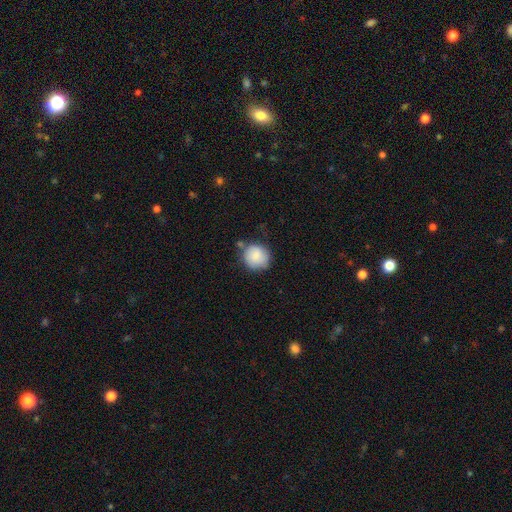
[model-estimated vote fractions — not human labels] smooth_or_featured: smooth (p=0.85) [alt: featured or disk p=0.08]
how_rounded: round (p=0.90) [alt: in between p=0.09]
merging: none (p=0.70) [alt: minor disturbance p=0.18]